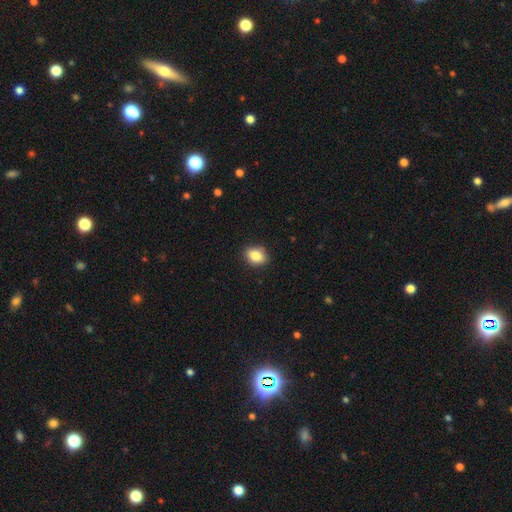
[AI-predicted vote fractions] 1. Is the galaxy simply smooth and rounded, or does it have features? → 85% smooth, 9% star or artifact, 6% featured or disk.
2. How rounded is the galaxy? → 68% in between, 31% round, 1% cigar-shaped.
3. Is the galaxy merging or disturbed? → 86% none, 11% minor disturbance, 2% major disturbance, 1% merger.